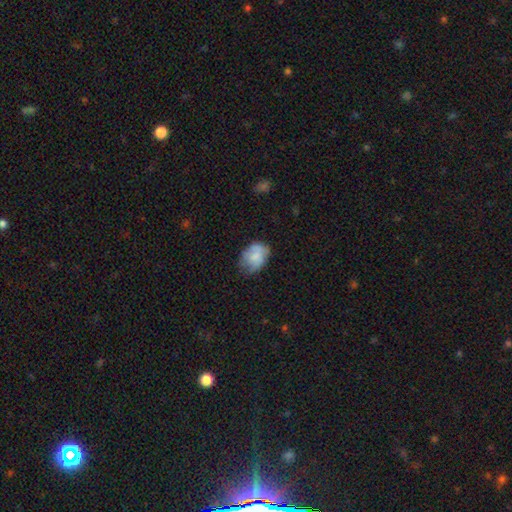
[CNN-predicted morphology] Smooth or featured? smooth (68%)
How rounded? in between (69%)
Merging? none (51%)